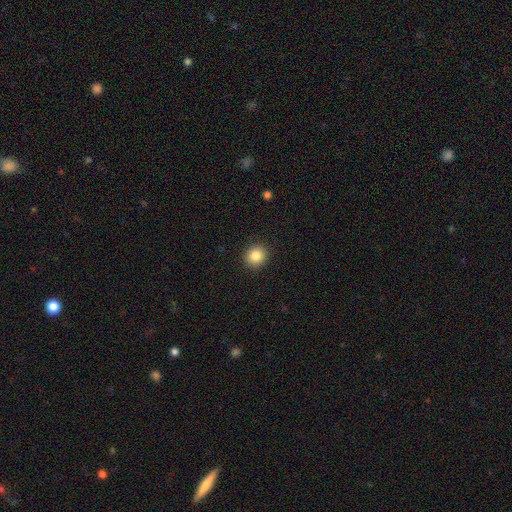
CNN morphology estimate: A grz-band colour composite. It shows a smooth galaxy with no disk features (86%) that is round (86%). Merging: none (92%).